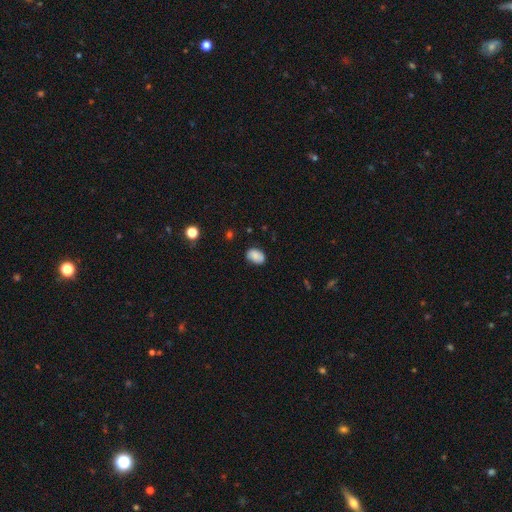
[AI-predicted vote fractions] Smooth or featured: smooth — 84% (star or artifact — 8%)
How rounded: in between — 80% (round — 19%)
Merging: none — 74% (minor disturbance — 20%)